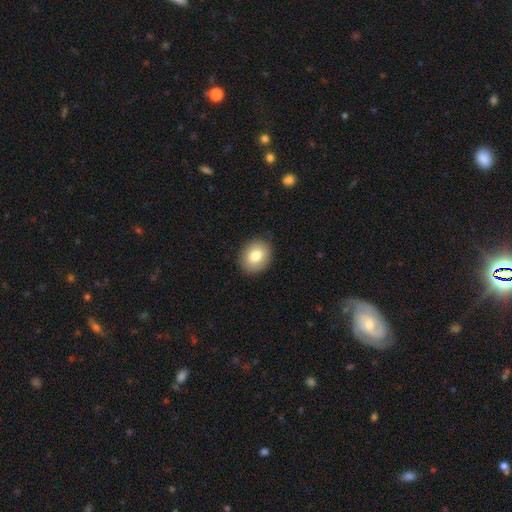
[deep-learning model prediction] Overall: smooth (80%). How rounded: round (66%; in between 33%). Merging: none (90%).